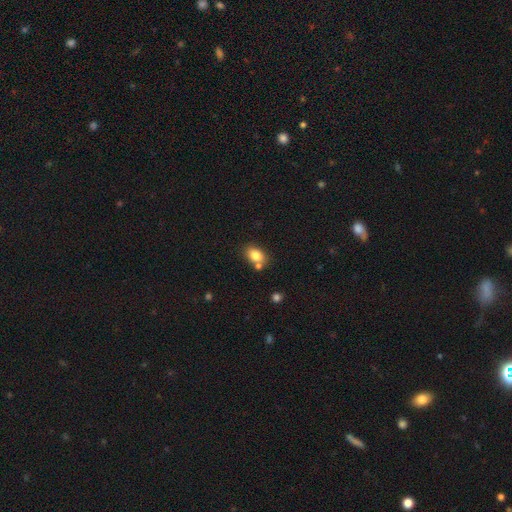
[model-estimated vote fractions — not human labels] Smooth or featured? smooth (82%)
How rounded? in between (77%)
Merging? none (63%)